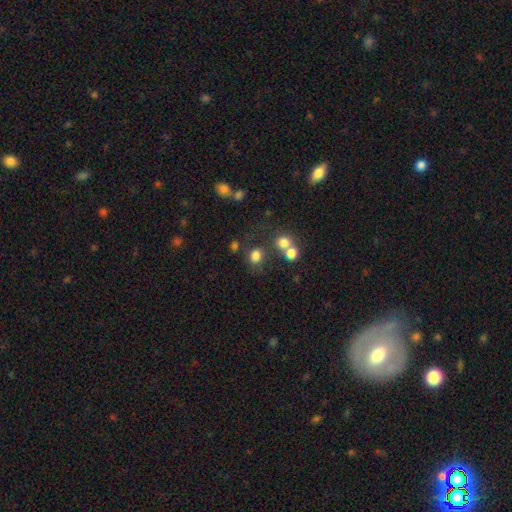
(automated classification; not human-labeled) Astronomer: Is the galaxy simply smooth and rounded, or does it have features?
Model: smooth — 78%.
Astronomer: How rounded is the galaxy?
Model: round — 69%.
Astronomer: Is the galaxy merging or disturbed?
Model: none — 59%.